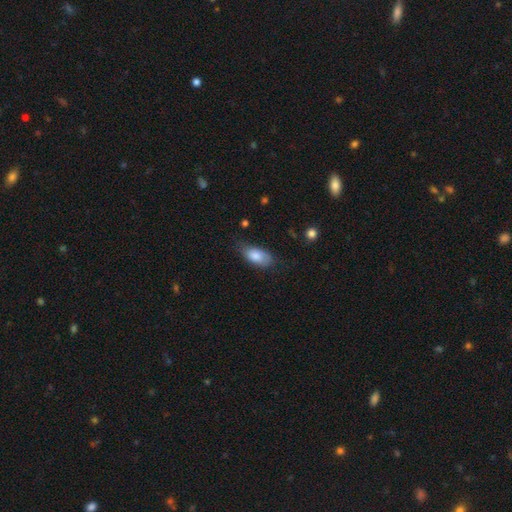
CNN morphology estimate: Smooth or featured? smooth (81%)
How rounded? in between (91%)
Merging? none (63%)